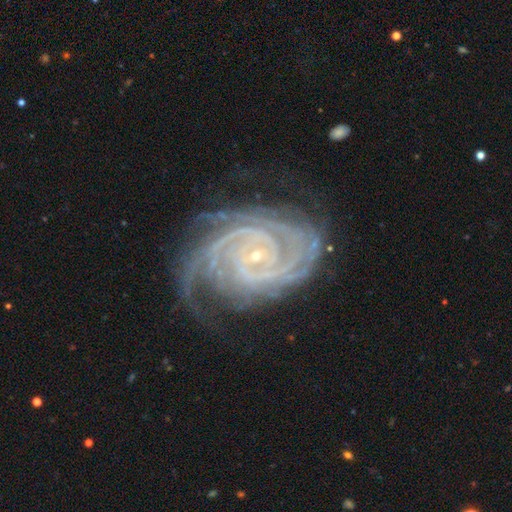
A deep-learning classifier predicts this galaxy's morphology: smooth_or_featured: featured or disk (p=0.92) [alt: star or artifact p=0.05]
disk_edge_on: no (p=0.98) [alt: yes p=0.02]
bar: no (p=0.59) [alt: weak p=0.26]
has_spiral_arms: yes (p=0.99) [alt: no p=0.01]
spiral_winding: tight (p=0.83) [alt: medium p=0.15]
spiral_arm_count: 2 (p=0.27) [alt: 3 p=0.20]
bulge_size: small (p=0.87) [alt: moderate p=0.10]
merging: none (p=0.70) [alt: minor disturbance p=0.20]